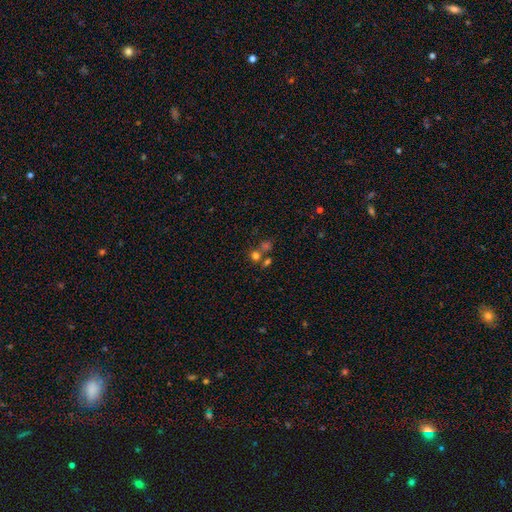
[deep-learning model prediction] The model was most divided on "merging": none: 53%, merger: 35%, minor disturbance: 8%, major disturbance: 5%. More confident: how rounded — round (82%); smooth or featured — smooth (66%).